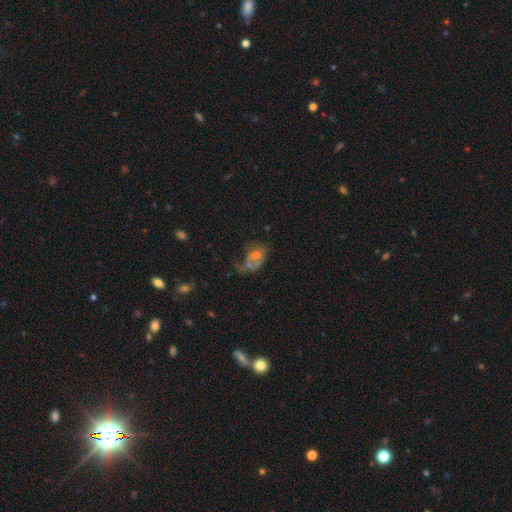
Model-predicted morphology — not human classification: featured or disk 40% (tied), smooth 40% (tied), star or artifact 20%. Down the decision tree: merging — major disturbance (33%).